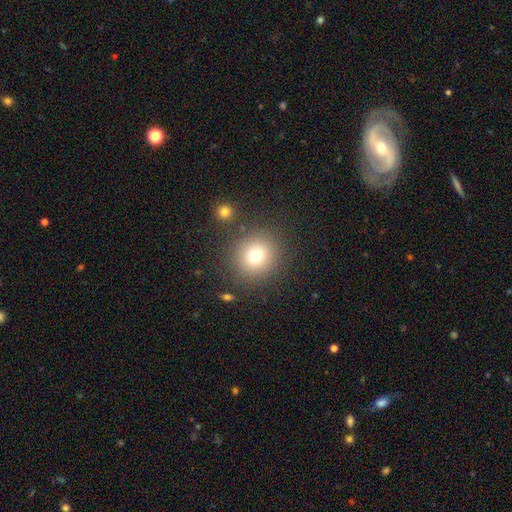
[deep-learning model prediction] Smooth or featured? Predicted: smooth (p=0.74). How rounded? Predicted: round (p=0.92). Merging? Predicted: none (p=0.86).